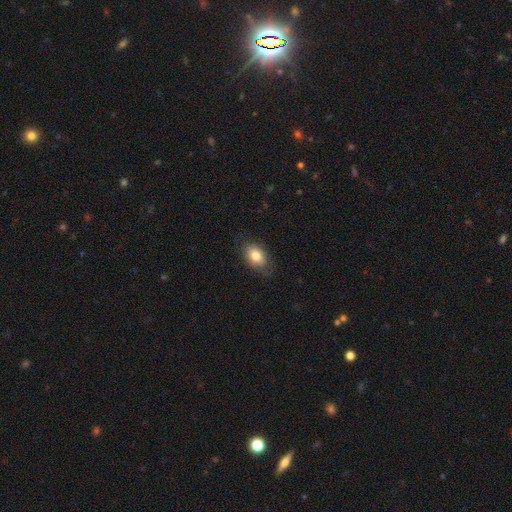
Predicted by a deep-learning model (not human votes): Smooth or featured: smooth — 81% (featured or disk — 11%)
How rounded: in between — 83% (round — 15%)
Merging: none — 75% (minor disturbance — 19%)